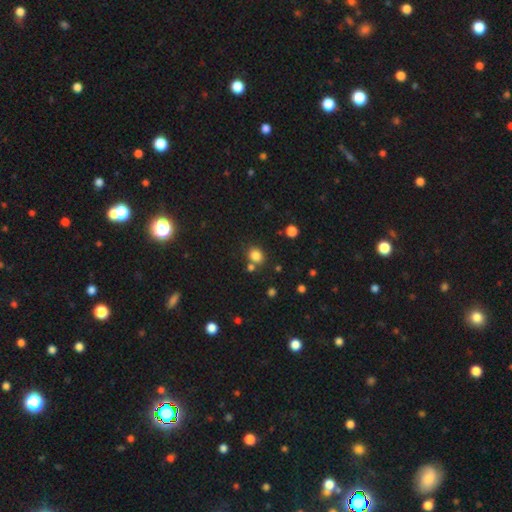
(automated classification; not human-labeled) This appears to be a smooth galaxy with no disk features (82%) that is round (57%). Merging: none (71%).